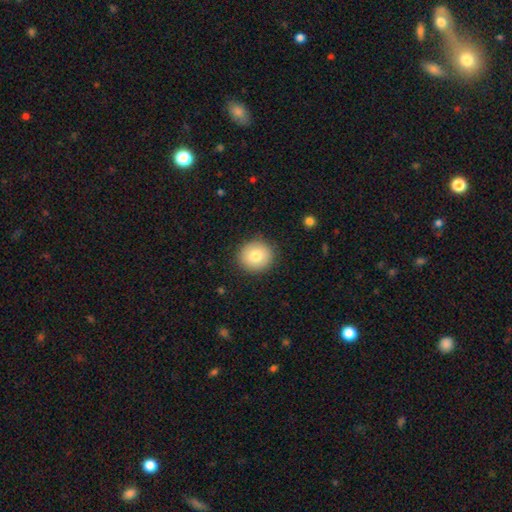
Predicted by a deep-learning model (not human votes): The model was most divided on "smooth or featured": smooth: 80%, featured or disk: 11%, star or artifact: 9%. More confident: merging — none (90%); how rounded — round (89%).